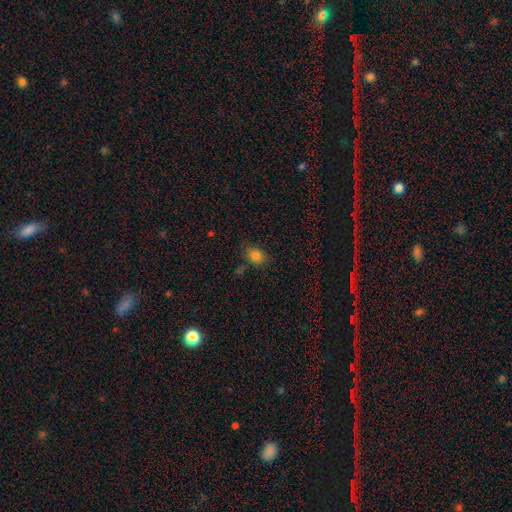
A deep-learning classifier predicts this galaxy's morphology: Smooth or featured?
  - smooth: 81% *
  - star or artifact: 13%
  - featured or disk: 7%
How rounded?
  - in between: 53% *
  - round: 45%
  - cigar-shaped: 1%
Merging?
  - none: 76% *
  - minor disturbance: 16%
  - merger: 4%
  - major disturbance: 4%